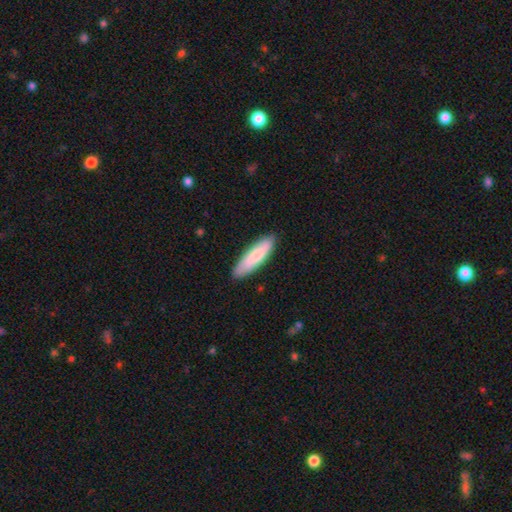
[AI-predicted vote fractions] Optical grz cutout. It shows a smooth galaxy with no disk features (78%) that is cigar-shaped (66%). Merging: none (87%).